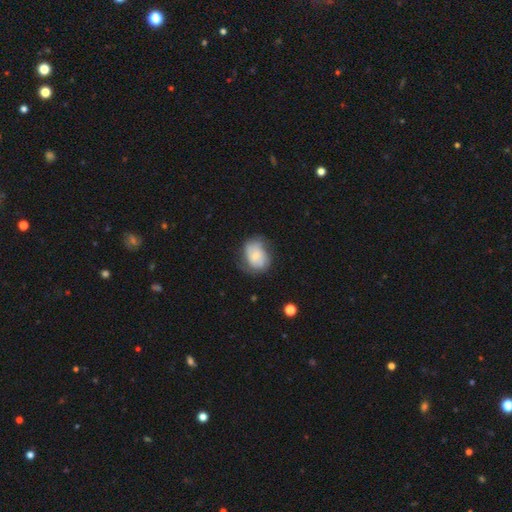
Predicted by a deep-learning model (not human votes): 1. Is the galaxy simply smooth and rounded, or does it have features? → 58% smooth, 34% featured or disk, 8% star or artifact.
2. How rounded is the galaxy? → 64% in between, 35% round, 1% cigar-shaped.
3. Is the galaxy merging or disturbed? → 52% none, 31% minor disturbance, 15% major disturbance, 2% merger.